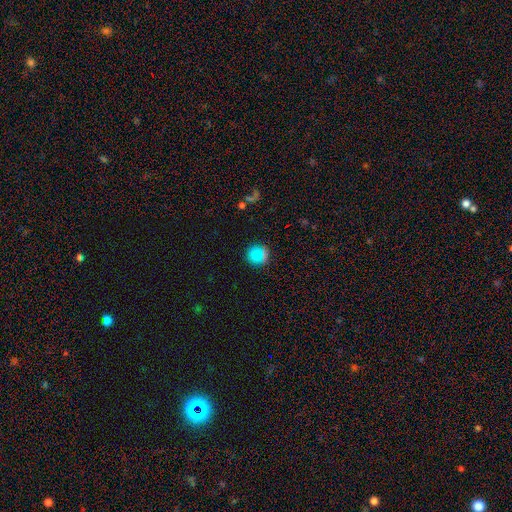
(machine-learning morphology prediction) smooth 76%, star or artifact 17%, featured or disk 6%. Down the decision tree: how rounded — round (94%); merging — none (83%).